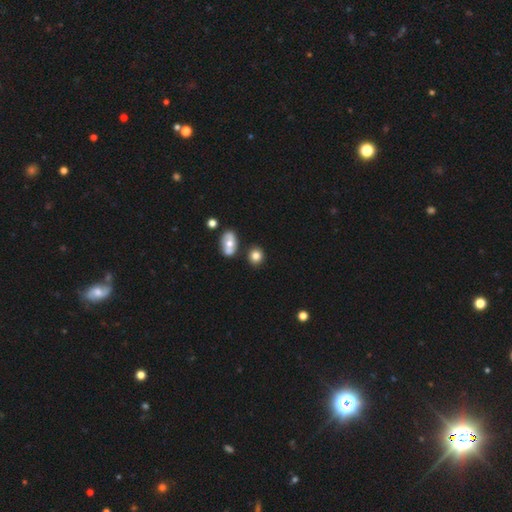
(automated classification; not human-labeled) A smooth galaxy with no disk features (80%) that is round (75%). Merging: none (79%).